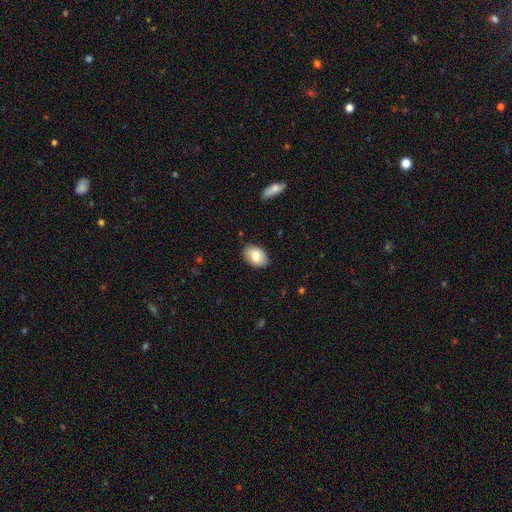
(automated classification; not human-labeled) Smooth or featured?
  - smooth: 74% *
  - featured or disk: 19%
  - star or artifact: 7%
How rounded?
  - in between: 88% *
  - round: 11%
  - cigar-shaped: 1%
Merging?
  - none: 85% *
  - minor disturbance: 12%
  - major disturbance: 2%
  - merger: 1%